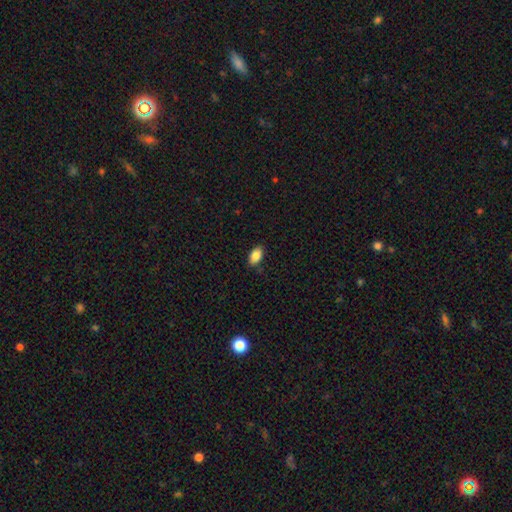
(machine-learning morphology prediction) The model was most divided on "merging": none: 85%, minor disturbance: 12%, major disturbance: 2%, merger: 1%. More confident: how rounded — in between (92%); smooth or featured — smooth (86%).